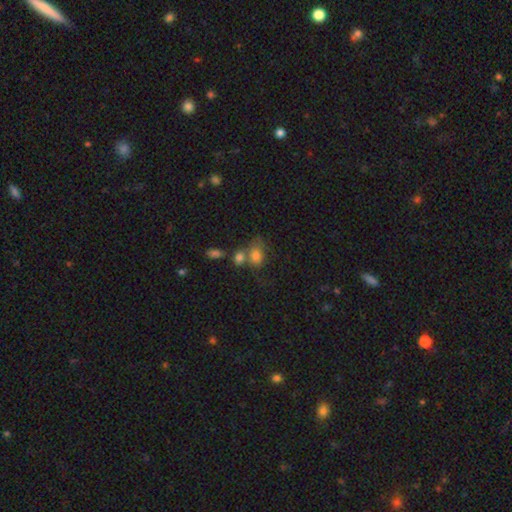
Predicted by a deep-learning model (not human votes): Smooth or featured? Predicted: smooth (p=0.76). How rounded? Predicted: in between (p=0.67). Merging? Predicted: merger (p=0.40).